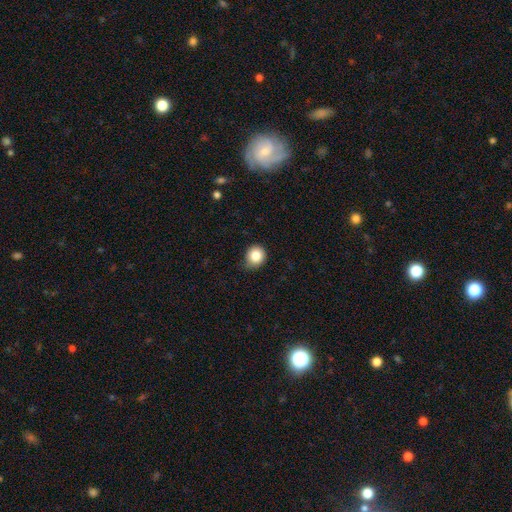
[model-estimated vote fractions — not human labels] Morphology: type=smooth (84%); roundness=round (83%); merging=none (74%).